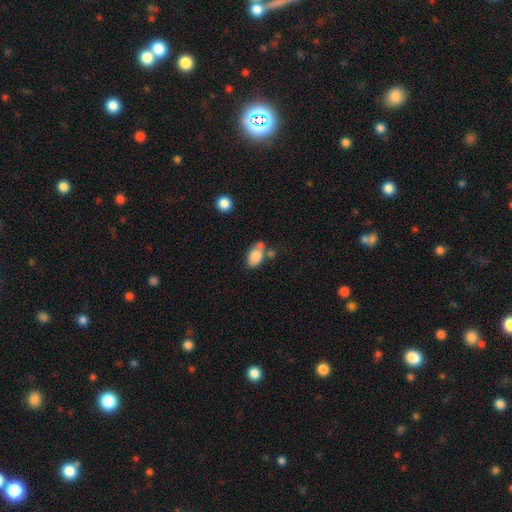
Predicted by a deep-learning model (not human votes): Q: Smooth or featured?
A: smooth (82%); runner-up: featured or disk (10%)
Q: How rounded?
A: in between (87%); runner-up: round (11%)
Q: Merging?
A: none (46%); runner-up: merger (30%)